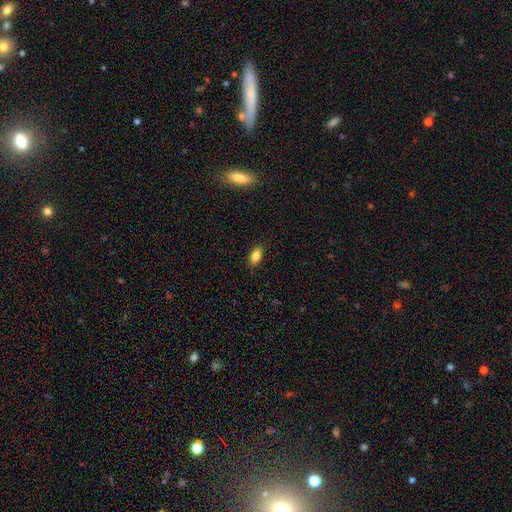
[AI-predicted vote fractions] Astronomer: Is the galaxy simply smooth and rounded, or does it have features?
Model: smooth — 84%.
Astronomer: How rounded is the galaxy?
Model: in between — 88%.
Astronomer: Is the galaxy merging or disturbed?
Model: none — 87%.